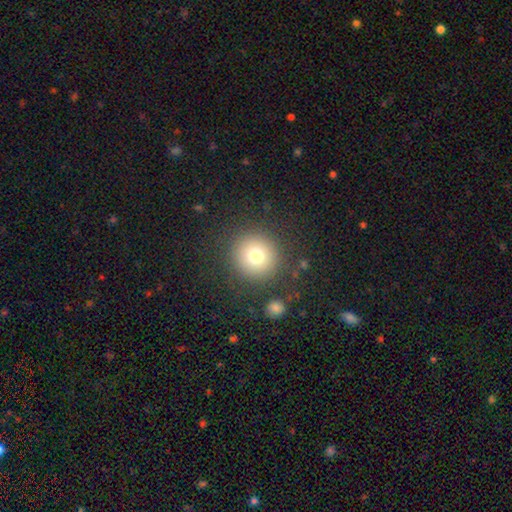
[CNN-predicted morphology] smooth_or_featured: smooth (p=0.76) [alt: star or artifact p=0.14]
how_rounded: round (p=0.94) [alt: in between p=0.05]
merging: none (p=0.88) [alt: minor disturbance p=0.07]